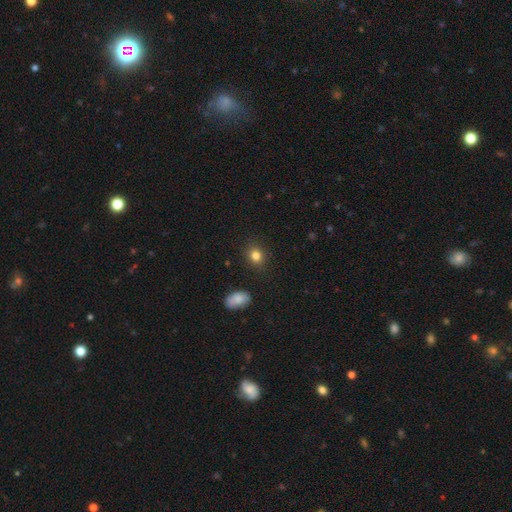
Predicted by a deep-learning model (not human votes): Smooth or featured? Predicted: smooth (p=0.82). How rounded? Predicted: round (p=0.64). Merging? Predicted: none (p=0.85).